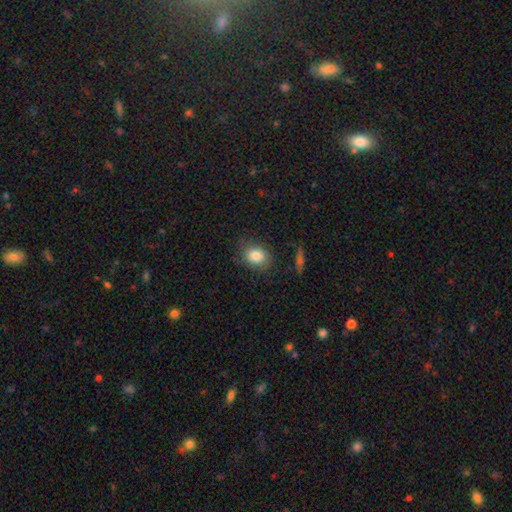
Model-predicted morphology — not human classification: Q: Smooth or featured?
A: smooth (84%); runner-up: star or artifact (9%)
Q: How rounded?
A: in between (52%); runner-up: round (47%)
Q: Merging?
A: none (76%); runner-up: minor disturbance (17%)